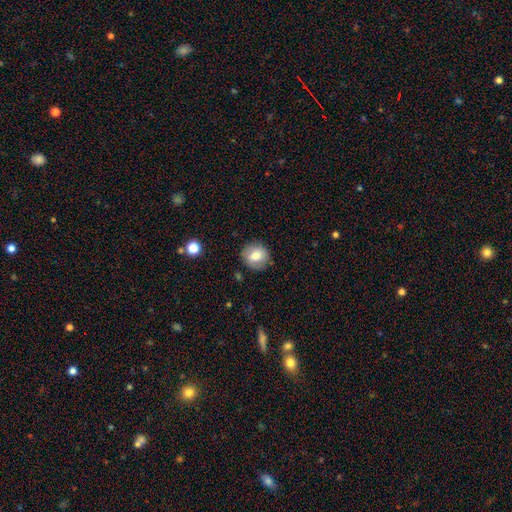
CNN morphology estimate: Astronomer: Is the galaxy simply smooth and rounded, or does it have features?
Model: smooth — 73%.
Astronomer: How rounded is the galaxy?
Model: round — 87%.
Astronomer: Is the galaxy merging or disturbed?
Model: none — 85%.